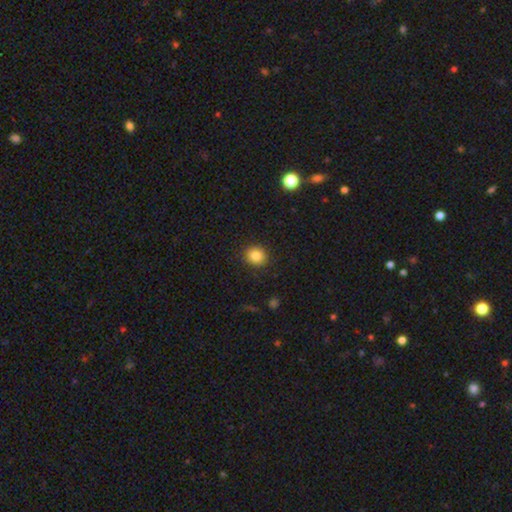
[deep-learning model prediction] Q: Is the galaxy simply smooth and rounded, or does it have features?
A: smooth — 85%.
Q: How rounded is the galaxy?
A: round — 84%.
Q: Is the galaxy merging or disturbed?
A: none — 90%.